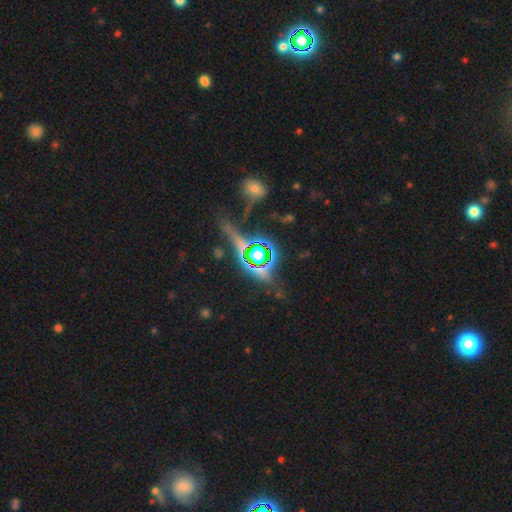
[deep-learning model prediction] Smooth or featured?
  - star or artifact: 69% *
  - featured or disk: 15%
  - smooth: 15%